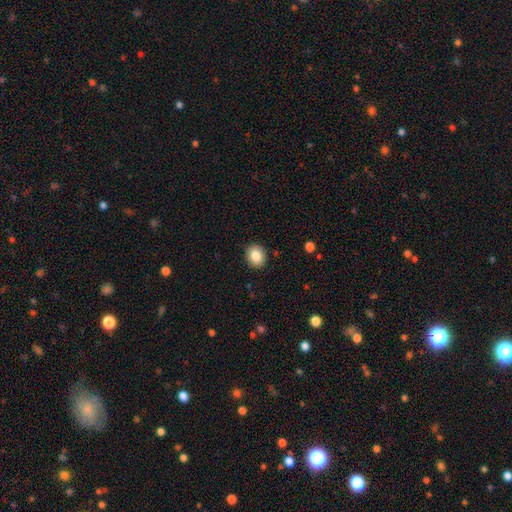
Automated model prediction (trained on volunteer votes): Q: Smooth or featured?
A: smooth (84%); runner-up: star or artifact (9%)
Q: How rounded?
A: round (63%); runner-up: in between (37%)
Q: Merging?
A: none (89%); runner-up: minor disturbance (8%)